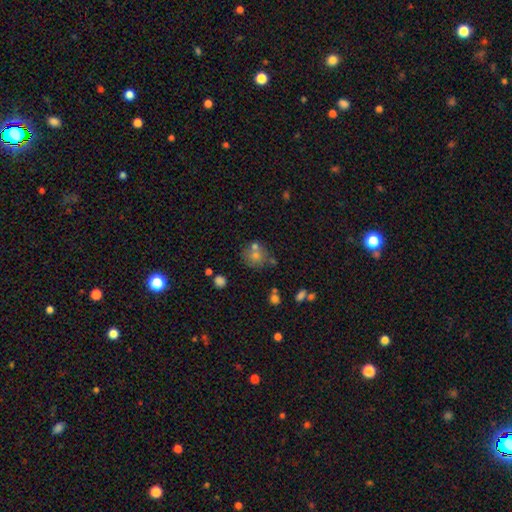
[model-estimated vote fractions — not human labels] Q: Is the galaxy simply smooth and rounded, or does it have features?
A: smooth — 65%.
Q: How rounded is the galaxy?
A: round — 84%.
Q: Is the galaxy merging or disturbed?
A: none — 56%.